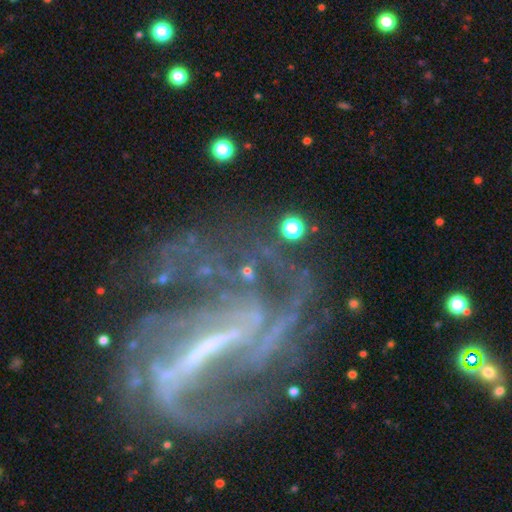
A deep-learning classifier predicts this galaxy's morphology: This appears to be a featured or disk galaxy (87%) with a strong bar (70%), 2 (32%) medium (43%) spiral arms (92%) and no central bulge (42%). Merging: none (48%).